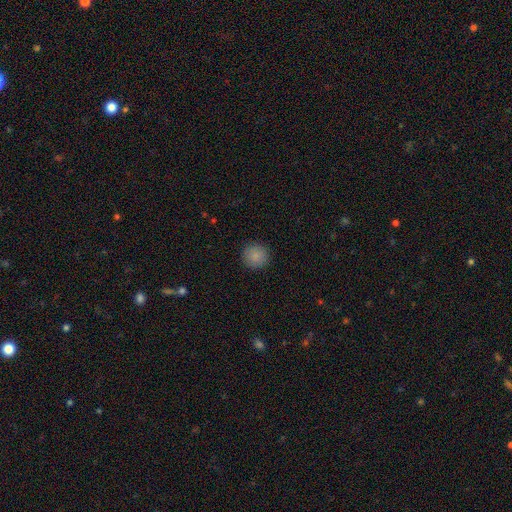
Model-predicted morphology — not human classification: type=smooth (87%); roundness=round (94%); merging=none (91%).